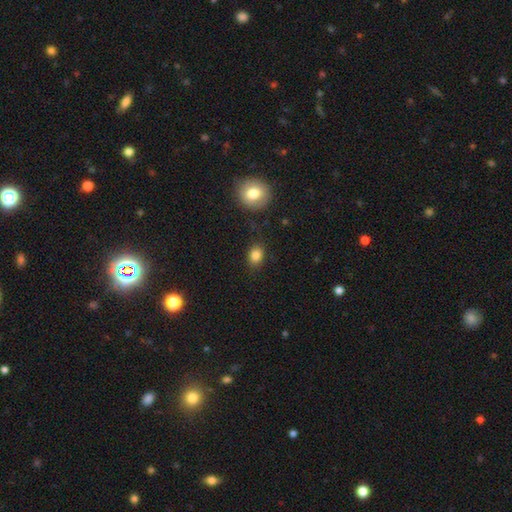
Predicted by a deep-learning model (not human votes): Smooth or featured: smooth — 83% (star or artifact — 10%)
How rounded: in between — 53% (round — 46%)
Merging: none — 82% (minor disturbance — 12%)